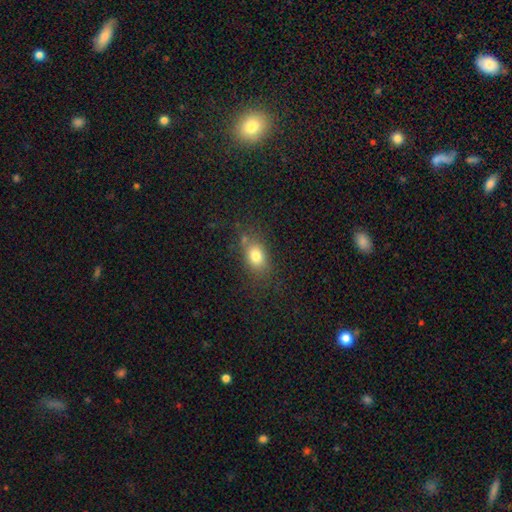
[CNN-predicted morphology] A smooth galaxy with no disk features (77%) that is in between round and cigar-shaped (69%). Merging: none (71%).